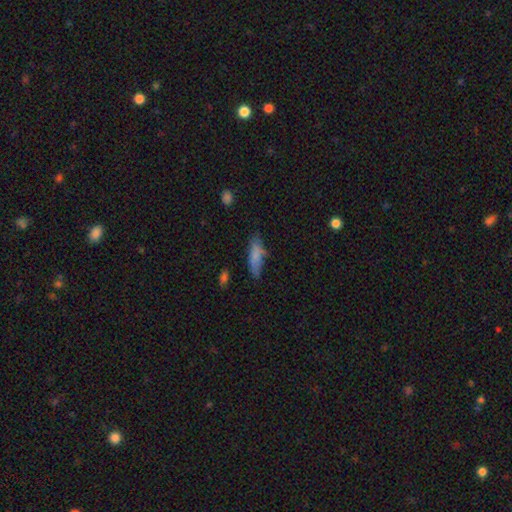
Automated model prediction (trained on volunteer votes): Smooth or featured?
  - smooth: 78% *
  - featured or disk: 14%
  - star or artifact: 8%
How rounded?
  - in between: 49% * (tied)
  - cigar-shaped: 49% * (tied)
  - round: 2%
Merging?
  - none: 64% *
  - minor disturbance: 26%
  - major disturbance: 7%
  - merger: 4%